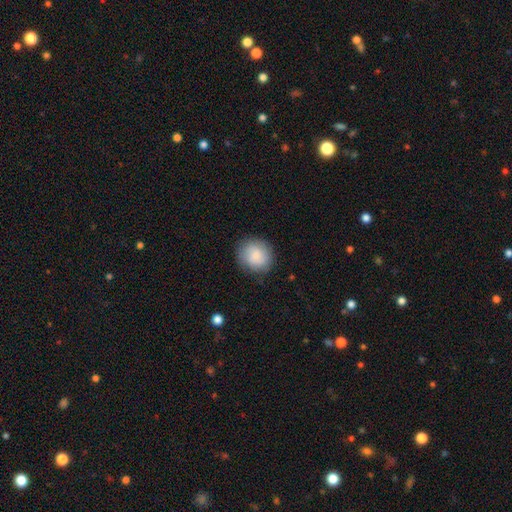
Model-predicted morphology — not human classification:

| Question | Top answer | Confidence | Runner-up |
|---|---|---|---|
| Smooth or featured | smooth | 82% | featured or disk (11%) |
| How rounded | round | 86% | in between (13%) |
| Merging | none | 84% | minor disturbance (12%) |